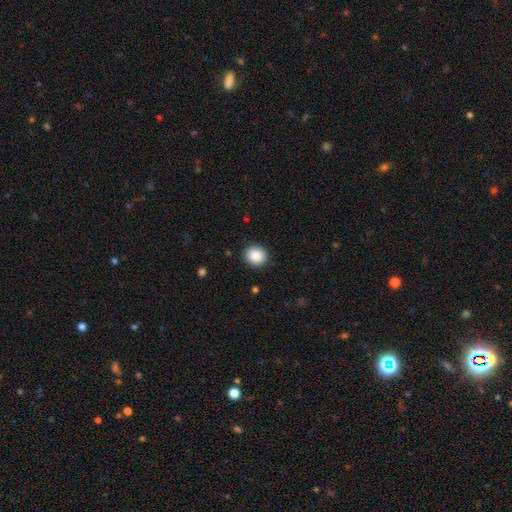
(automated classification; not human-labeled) Smooth or featured: smooth — 87% (star or artifact — 9%)
How rounded: round — 78% (in between — 21%)
Merging: none — 90% (minor disturbance — 7%)